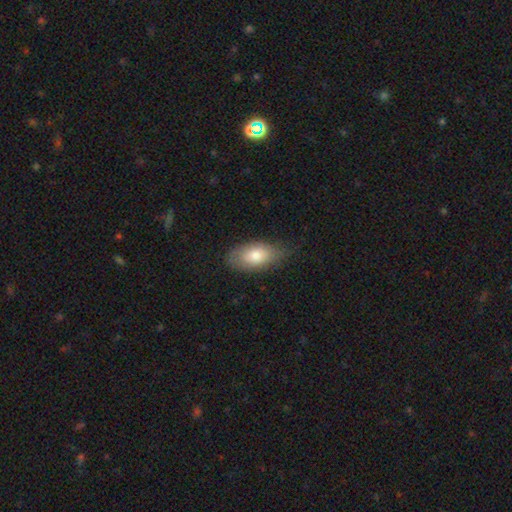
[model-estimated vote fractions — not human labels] smooth_or_featured: smooth (p=0.75) [alt: featured or disk p=0.18]
how_rounded: in between (p=0.92) [alt: round p=0.04]
merging: none (p=0.67) [alt: minor disturbance p=0.26]